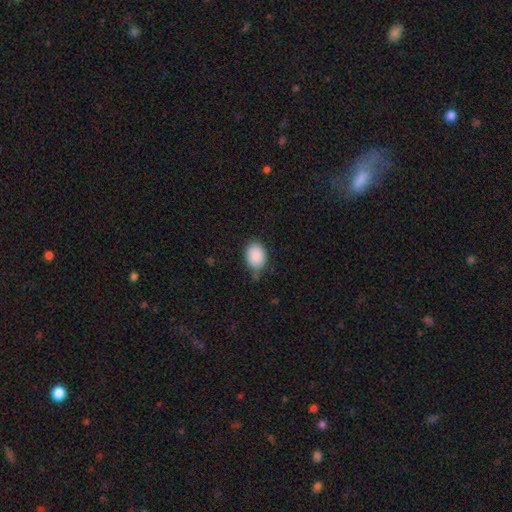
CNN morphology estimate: A smooth galaxy with no disk features (89%) that is in between round and cigar-shaped (74%).

Vote fractions:
- Smooth or featured? smooth: 89% / star or artifact: 7% / featured or disk: 3%
- How rounded? in between: 74% / round: 25% / cigar-shaped: 1%
- Merging? none: 68% / minor disturbance: 24% / major disturbance: 5% / merger: 3%